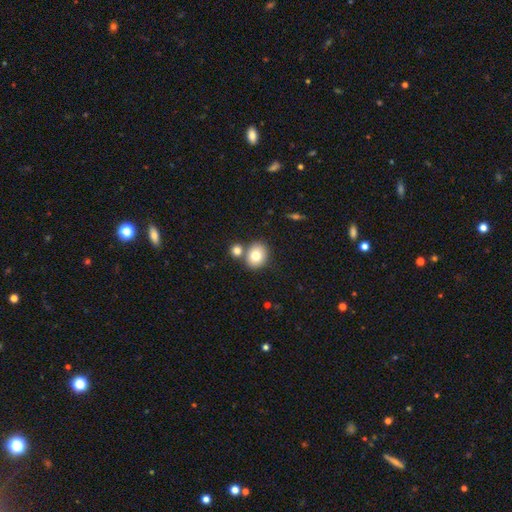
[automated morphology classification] smooth 78%, featured or disk 12%, star or artifact 10%. Down the decision tree: how rounded — round (60%); merging — none (65%).